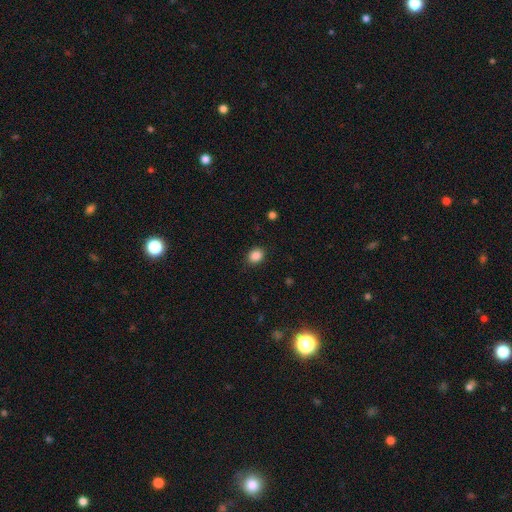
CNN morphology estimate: A smooth galaxy with no disk features (87%) that is round (54%).

Vote fractions:
- Smooth or featured? smooth: 87% / star or artifact: 10% / featured or disk: 3%
- How rounded? round: 54% / in between: 45% / cigar-shaped: 1%
- Merging? none: 88% / minor disturbance: 9% / major disturbance: 3% / merger: 1%